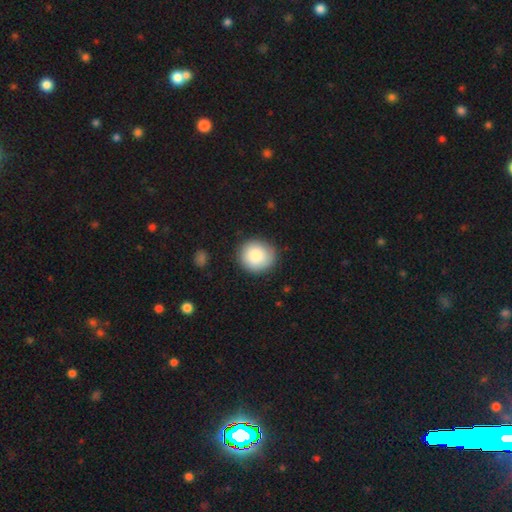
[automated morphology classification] This appears to be a smooth galaxy with no disk features (85%) that is round (90%). Merging: none (86%).